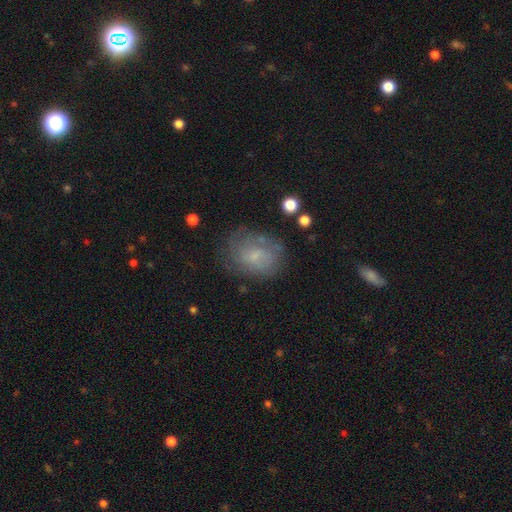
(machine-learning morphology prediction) Overall: smooth (51%; featured or disk 38%). How rounded: in between (59%; round 40%). Merging: none (61%; minor disturbance 23%).